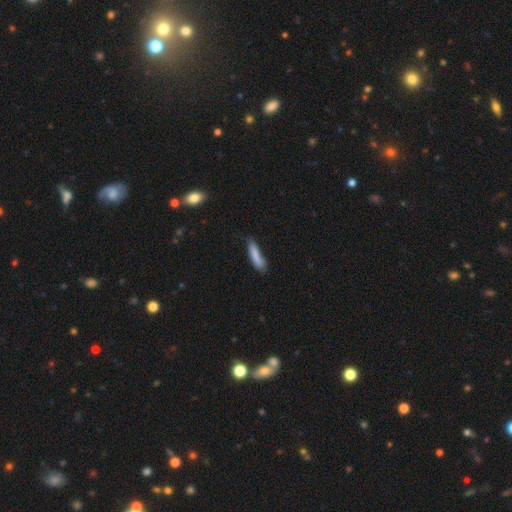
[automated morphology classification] This appears to be a smooth galaxy with no disk features (83%) that is cigar-shaped (80%). Merging: none (65%).